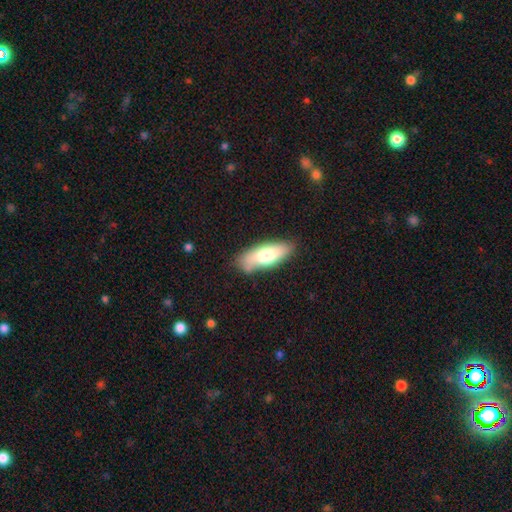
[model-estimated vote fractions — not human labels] A smooth galaxy with no disk features (67%) that is in between round and cigar-shaped (70%). Merging: none (78%).